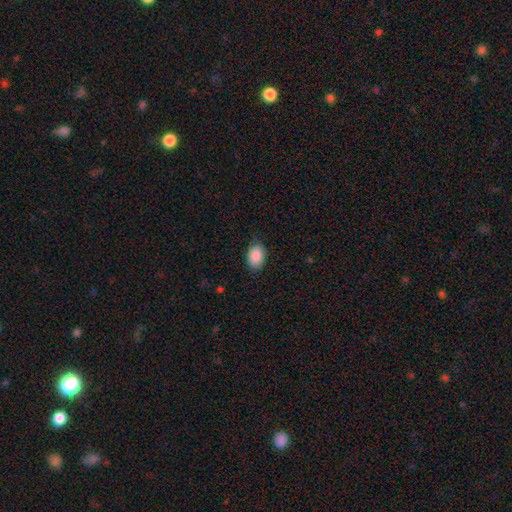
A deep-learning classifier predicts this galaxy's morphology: smooth 89%, star or artifact 7%, featured or disk 4%. Down the decision tree: how rounded — in between (86%); merging — none (80%).